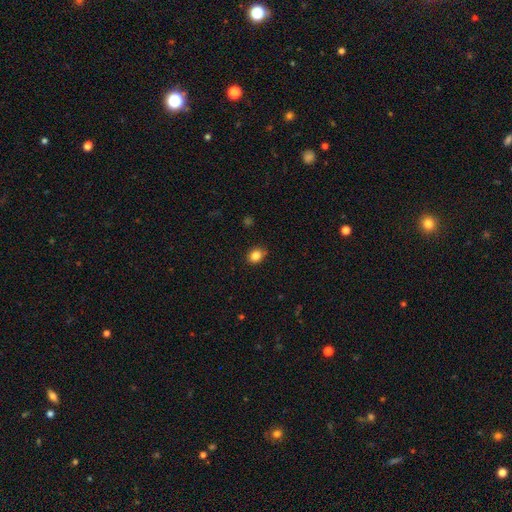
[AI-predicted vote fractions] Smooth or featured?
  - smooth: 85% *
  - star or artifact: 10%
  - featured or disk: 5%
How rounded?
  - round: 56% *
  - in between: 43%
  - cigar-shaped: 1%
Merging?
  - none: 81% *
  - minor disturbance: 15%
  - major disturbance: 3%
  - merger: 1%